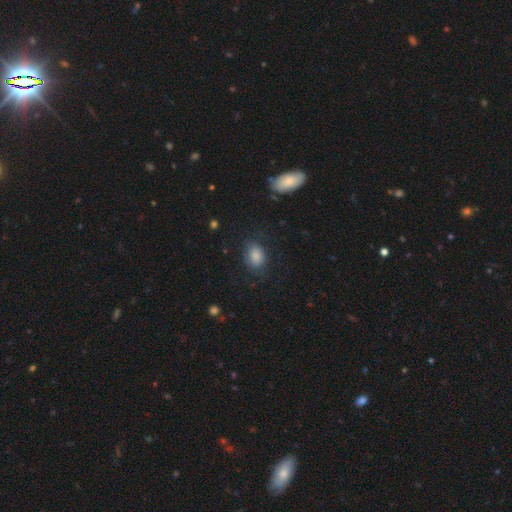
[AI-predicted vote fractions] Smooth or featured? Predicted: smooth (p=0.79). How rounded? Predicted: in between (p=0.63). Merging? Predicted: none (p=0.76).